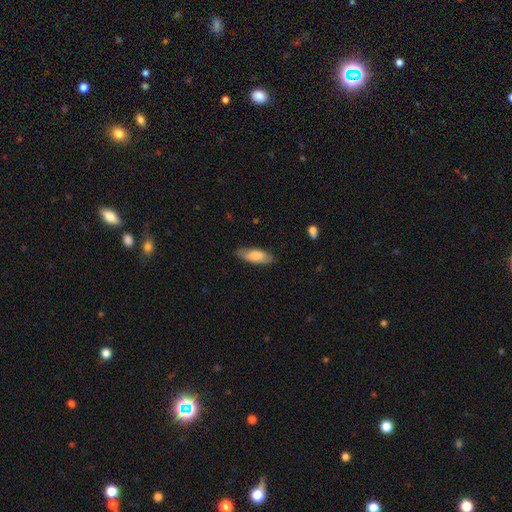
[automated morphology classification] A smooth galaxy with no disk features (78%) that is in between round and cigar-shaped (67%). Merging: none (81%).